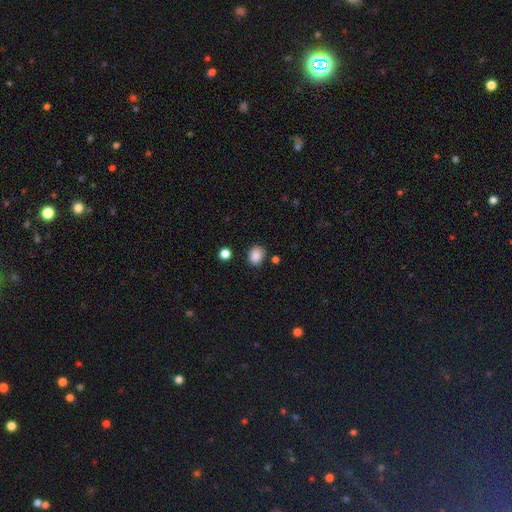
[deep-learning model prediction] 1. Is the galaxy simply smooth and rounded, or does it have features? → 87% smooth, 10% star or artifact, 3% featured or disk.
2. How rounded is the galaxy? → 58% round, 41% in between, 1% cigar-shaped.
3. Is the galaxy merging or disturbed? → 79% none, 14% minor disturbance, 4% merger, 4% major disturbance.